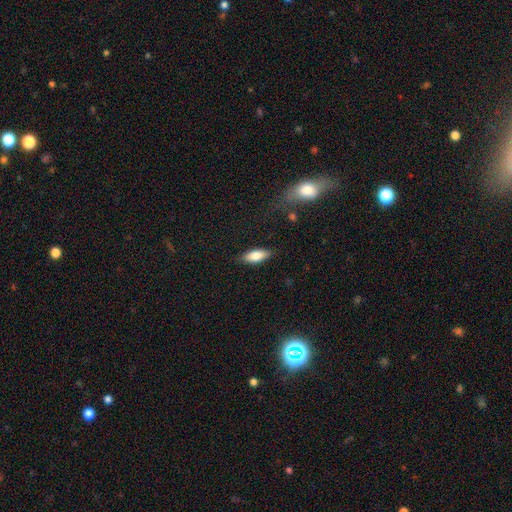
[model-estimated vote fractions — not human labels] Smooth or featured? Predicted: smooth (p=0.76). How rounded? Predicted: in between (p=0.73). Merging? Predicted: none (p=0.84).